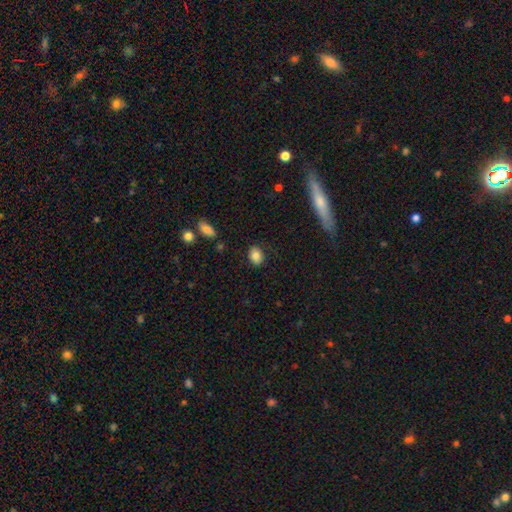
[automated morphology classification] This appears to be a smooth galaxy with no disk features (82%) that is in between round and cigar-shaped (65%). Merging: none (83%).